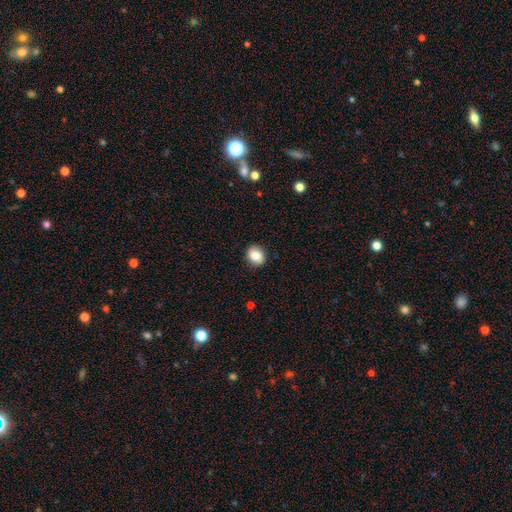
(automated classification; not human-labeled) The model was most divided on "how rounded": round: 67%, in between: 32%, cigar-shaped: 1%. More confident: merging — none (88%); smooth or featured — smooth (85%).